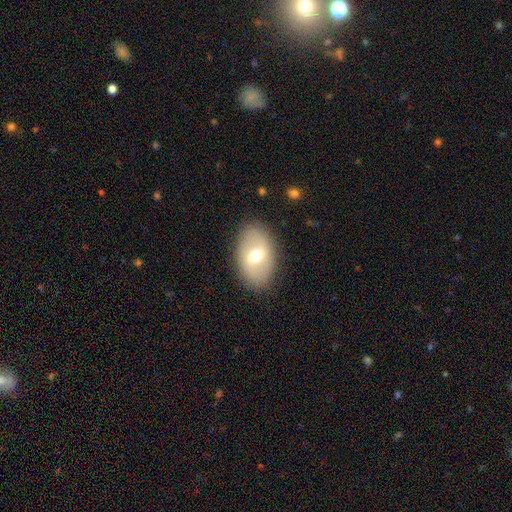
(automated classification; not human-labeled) A smooth galaxy with no disk features (53%) that is in between round and cigar-shaped (86%).

Vote fractions:
- Smooth or featured? smooth: 53% / featured or disk: 39% / star or artifact: 7%
- How rounded? in between: 86% / round: 12% / cigar-shaped: 1%
- Merging? none: 87% / minor disturbance: 9% / major disturbance: 3% / merger: 1%